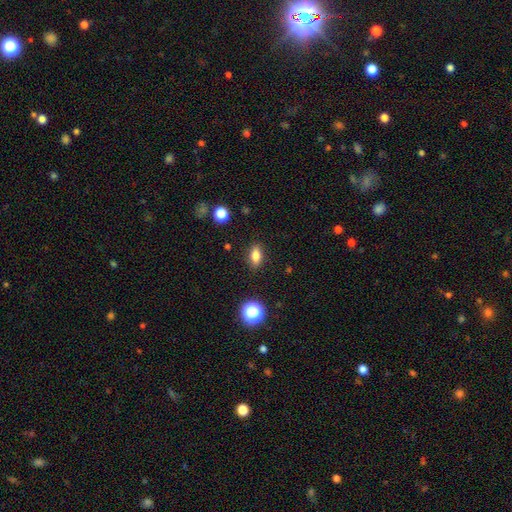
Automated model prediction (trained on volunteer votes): This is likely a smooth galaxy (79%). How rounded: likely in between (78%). Merging: clearly none (88%).